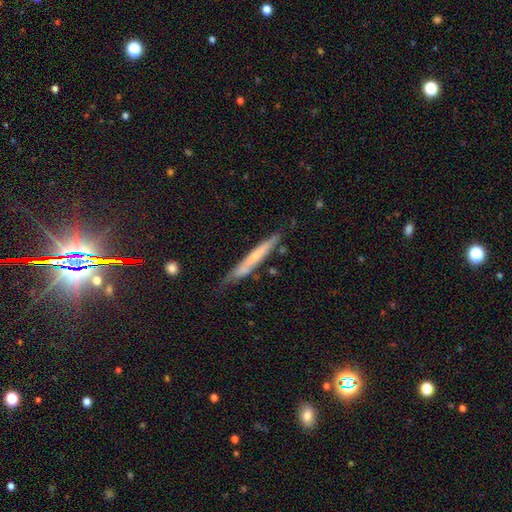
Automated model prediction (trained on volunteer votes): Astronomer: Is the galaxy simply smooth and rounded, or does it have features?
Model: featured or disk — 50% (runner-up: smooth, 44%).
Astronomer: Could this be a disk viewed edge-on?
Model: yes — 87%.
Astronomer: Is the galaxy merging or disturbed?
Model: none — 67%.